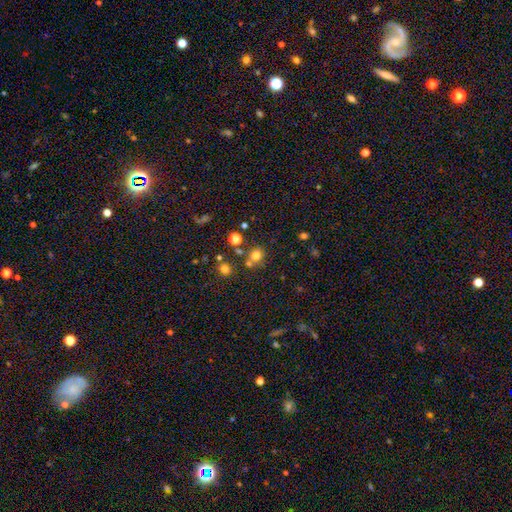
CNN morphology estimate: Smooth or featured: smooth — 73% (star or artifact — 18%)
How rounded: round — 77% (in between — 22%)
Merging: none — 63% (merger — 22%)